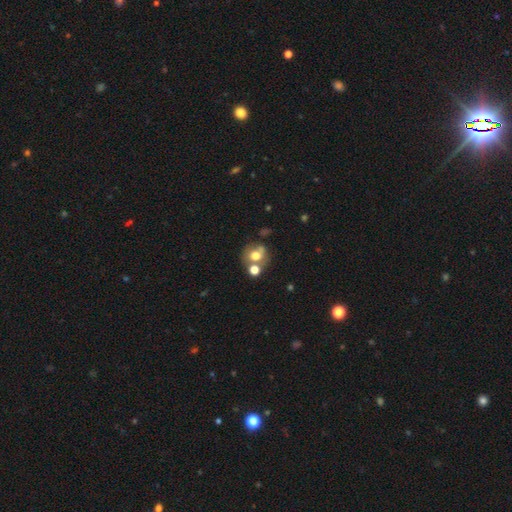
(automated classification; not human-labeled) Overall: smooth (63%). How rounded: round (72%). Merging: none (48%; merger 33%).